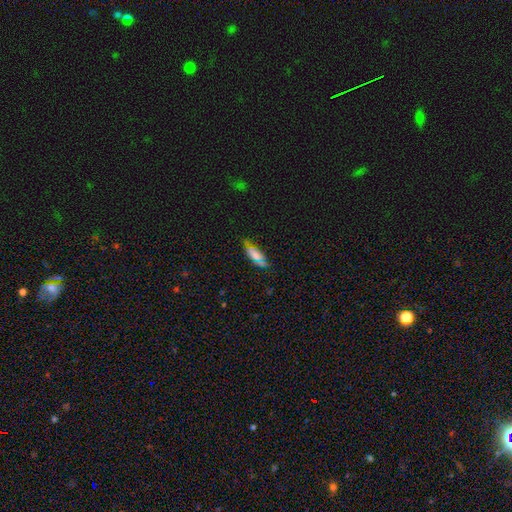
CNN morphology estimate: type=smooth (66%); roundness=in between (64%); merging=none (65%).